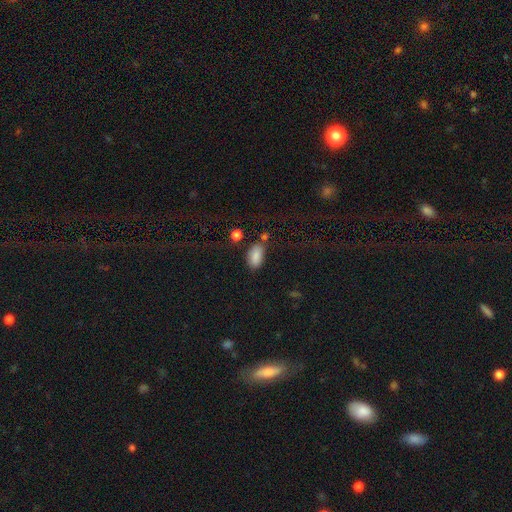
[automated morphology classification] smooth 86%, star or artifact 8%, featured or disk 6%. Down the decision tree: how rounded — in between (92%); merging — none (72%).